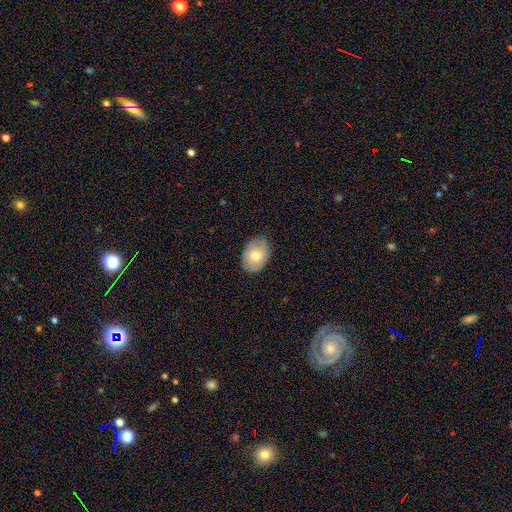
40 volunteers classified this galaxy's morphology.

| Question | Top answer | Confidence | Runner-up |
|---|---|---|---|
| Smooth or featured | smooth | 75% | featured or disk (15%) |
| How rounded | in between | 87% | round (13%) |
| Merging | none | 89% | minor disturbance (11%) |